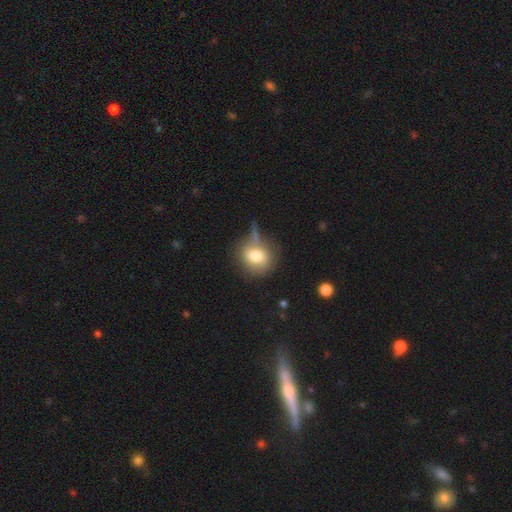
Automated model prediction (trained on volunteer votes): Smooth or featured? Predicted: smooth (p=0.77). How rounded? Predicted: round (p=0.73). Merging? Predicted: none (p=0.54).